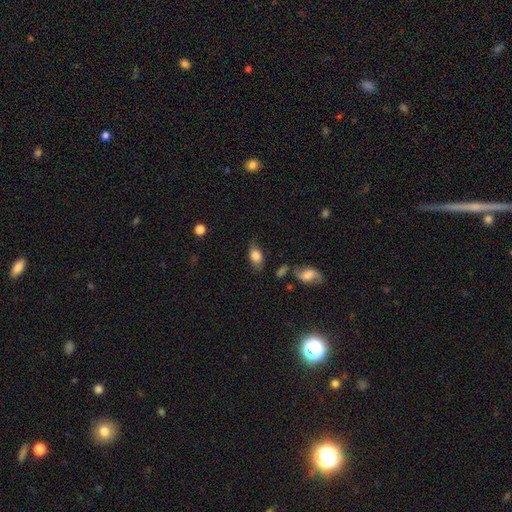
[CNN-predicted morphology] Q: Smooth or featured?
A: smooth (78%); runner-up: featured or disk (15%)
Q: How rounded?
A: in between (86%); runner-up: round (11%)
Q: Merging?
A: none (63%); runner-up: minor disturbance (24%)